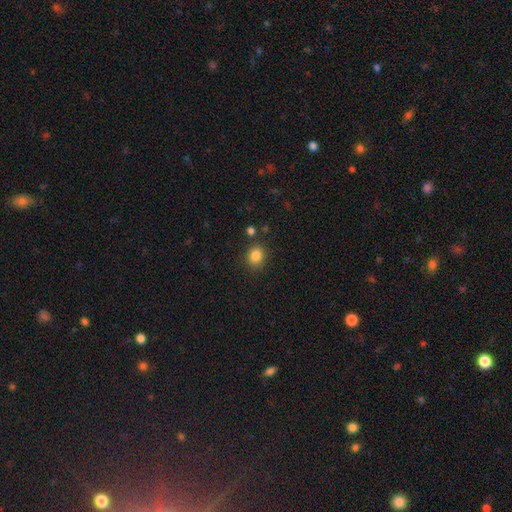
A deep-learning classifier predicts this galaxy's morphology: A smooth galaxy with no disk features (85%) that is round (73%). Merging: none (84%).